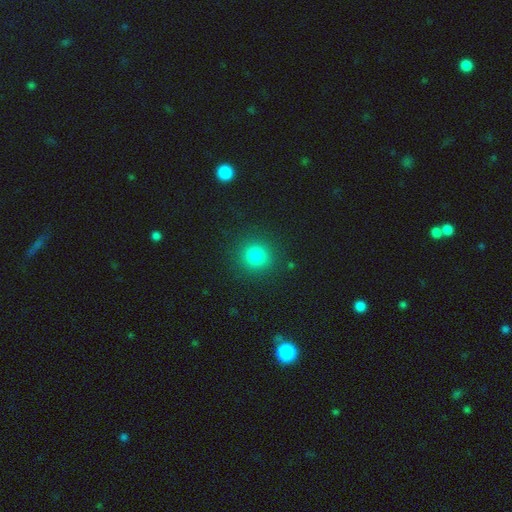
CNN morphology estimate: smooth 81%, star or artifact 14%, featured or disk 5%. Down the decision tree: how rounded — round (92%); merging — none (90%).